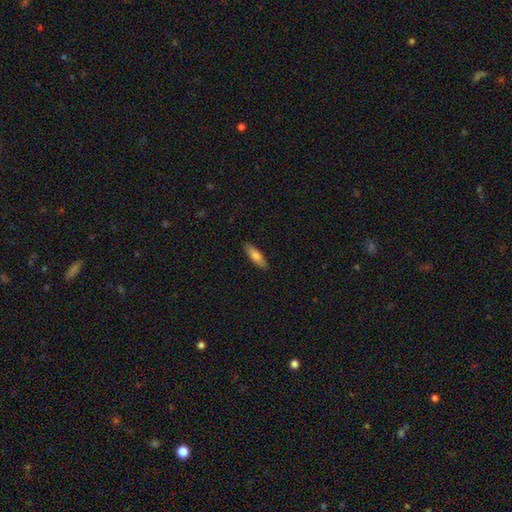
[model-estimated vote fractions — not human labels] smooth_or_featured: smooth (p=0.75) [alt: featured or disk p=0.19]
how_rounded: cigar-shaped (p=0.55) [alt: in between p=0.43]
merging: none (p=0.89) [alt: minor disturbance p=0.08]